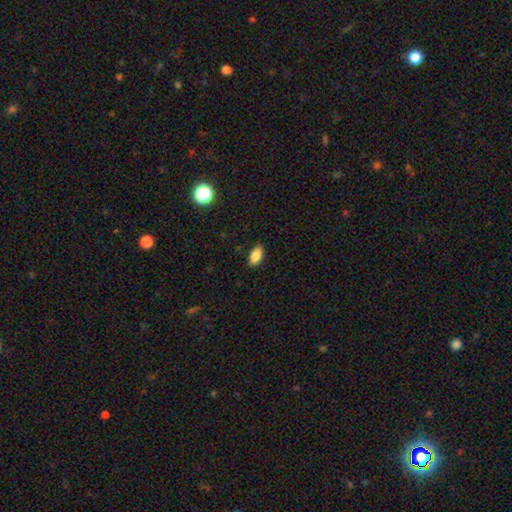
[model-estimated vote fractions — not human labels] Q: Smooth or featured?
A: smooth (85%); runner-up: star or artifact (8%)
Q: How rounded?
A: in between (91%); runner-up: cigar-shaped (5%)
Q: Merging?
A: none (87%); runner-up: minor disturbance (10%)